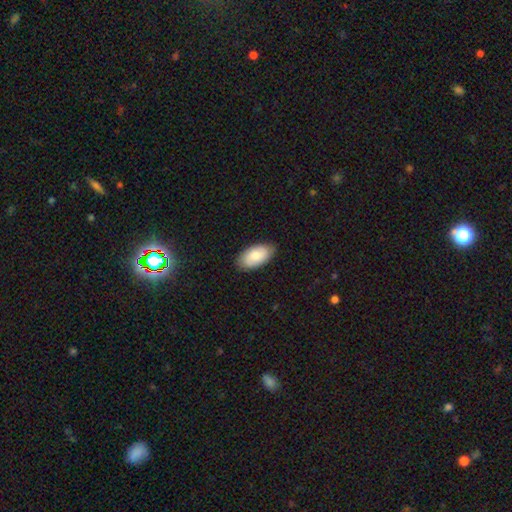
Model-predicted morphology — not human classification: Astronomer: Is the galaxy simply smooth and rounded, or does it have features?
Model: smooth — 80%.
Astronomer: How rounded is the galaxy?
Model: in between — 95%.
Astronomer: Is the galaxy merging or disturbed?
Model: none — 83%.